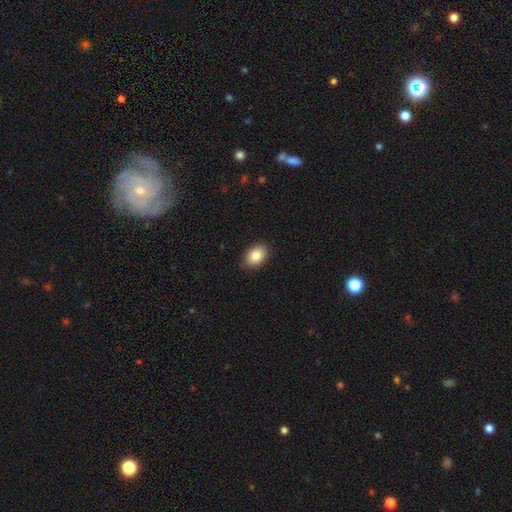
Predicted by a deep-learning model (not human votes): smooth 85%, star or artifact 8%, featured or disk 7%. Down the decision tree: how rounded — in between (79%); merging — none (87%).